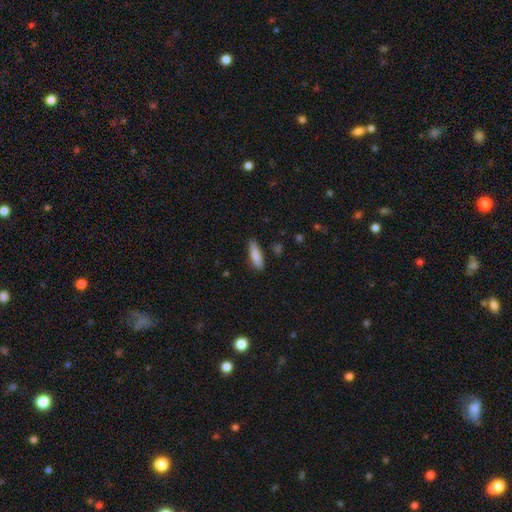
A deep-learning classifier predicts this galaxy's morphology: smooth_or_featured: smooth (p=0.84) [alt: featured or disk p=0.09]
how_rounded: cigar-shaped (p=0.60) [alt: in between p=0.38]
merging: none (p=0.80) [alt: minor disturbance p=0.15]